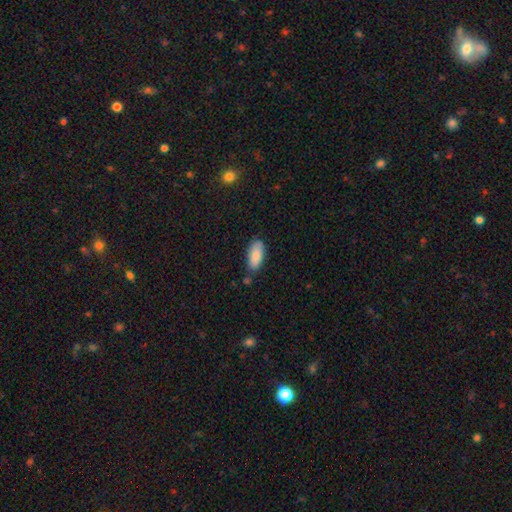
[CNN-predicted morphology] A smooth galaxy with no disk features (86%) that is in between round and cigar-shaped (88%).

Vote fractions:
- Smooth or featured? smooth: 86% / featured or disk: 8% / star or artifact: 6%
- How rounded? in between: 88% / cigar-shaped: 10% / round: 2%
- Merging? none: 73% / minor disturbance: 19% / merger: 5% / major disturbance: 3%